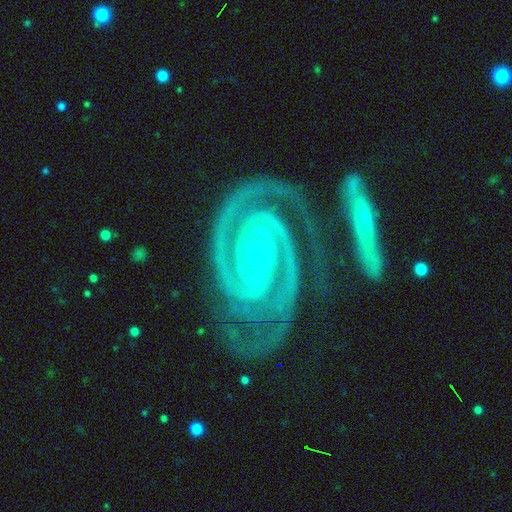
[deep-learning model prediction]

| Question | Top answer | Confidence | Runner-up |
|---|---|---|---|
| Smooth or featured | featured or disk | 94% | star or artifact (4%) |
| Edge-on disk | no | 98% | yes (2%) |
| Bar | no | 56% | strong (22%) |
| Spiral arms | yes | 99% | no (1%) |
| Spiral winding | tight | 85% | medium (13%) |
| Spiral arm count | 2 | 85% | 3 (6%) |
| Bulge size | small | 88% | moderate (9%) |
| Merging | none | 69% | minor disturbance (16%) |